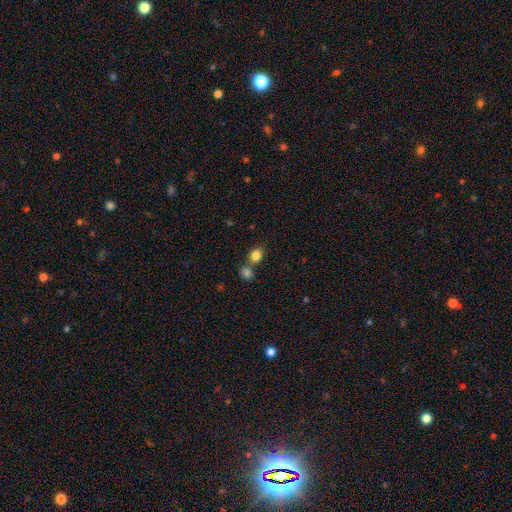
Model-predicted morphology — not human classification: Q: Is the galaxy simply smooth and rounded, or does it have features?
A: smooth — 84%.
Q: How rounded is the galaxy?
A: in between — 54%.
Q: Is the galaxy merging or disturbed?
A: none — 57%.